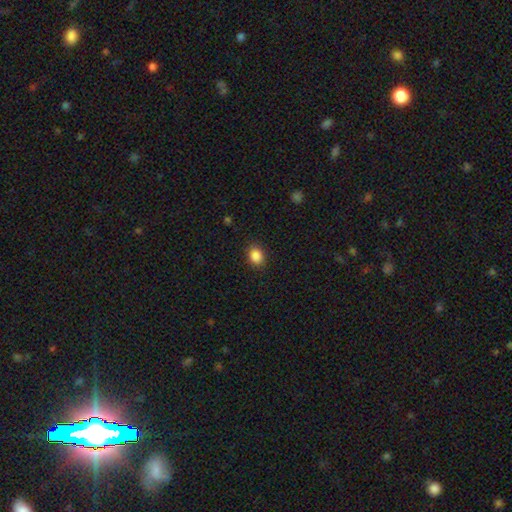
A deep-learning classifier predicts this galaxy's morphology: smooth_or_featured: smooth (p=0.87) [alt: star or artifact p=0.09]
how_rounded: in between (p=0.55) [alt: round p=0.44]
merging: none (p=0.89) [alt: minor disturbance p=0.08]